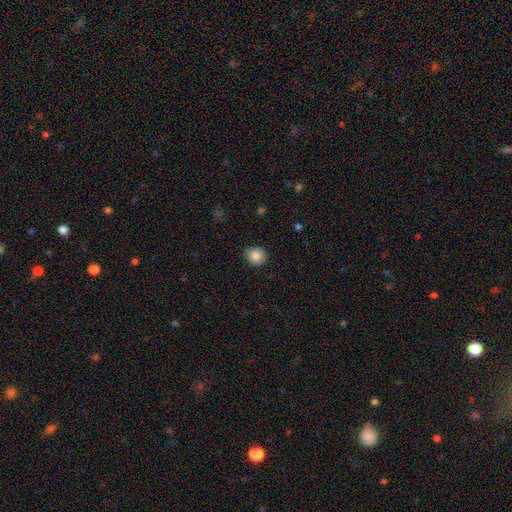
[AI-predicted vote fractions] Smooth or featured: smooth — 83% (star or artifact — 9%)
How rounded: round — 85% (in between — 14%)
Merging: none — 87% (minor disturbance — 10%)